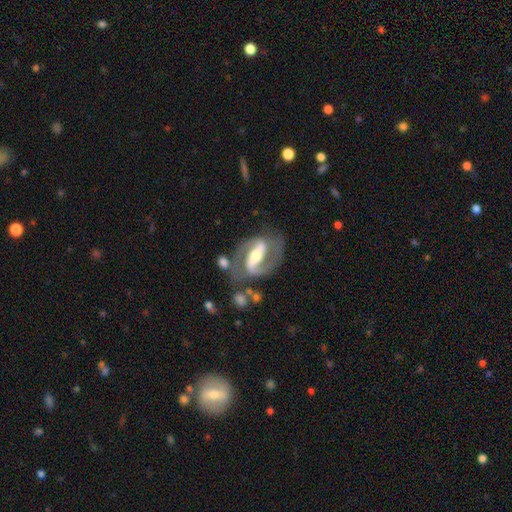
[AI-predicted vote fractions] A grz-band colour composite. It shows a featured or disk galaxy (89%) with a strong bar (68%), 2 (91%) medium (55%) spiral arms (95%) and a moderate central bulge (63%). Merging: none (72%).